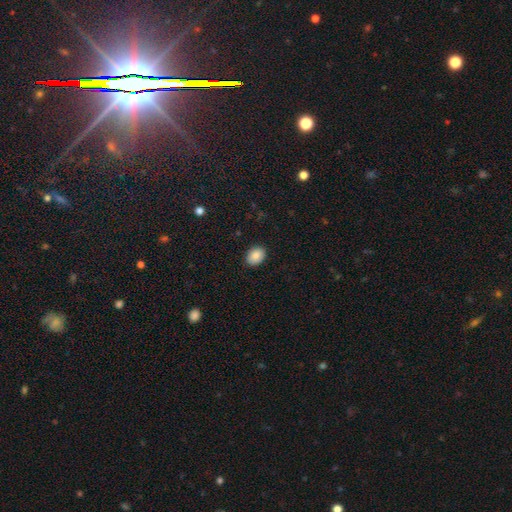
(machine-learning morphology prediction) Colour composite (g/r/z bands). It shows a smooth galaxy with no disk features (86%) that is in between round and cigar-shaped (69%). Merging: none (88%).